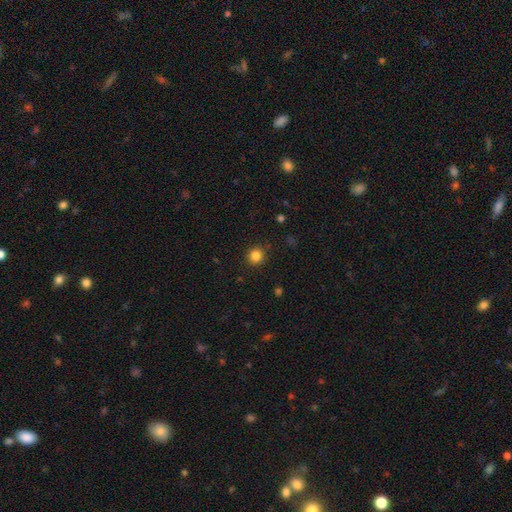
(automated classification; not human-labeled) Smooth or featured: smooth — 84% (star or artifact — 12%)
How rounded: round — 92% (in between — 7%)
Merging: none — 90% (minor disturbance — 7%)